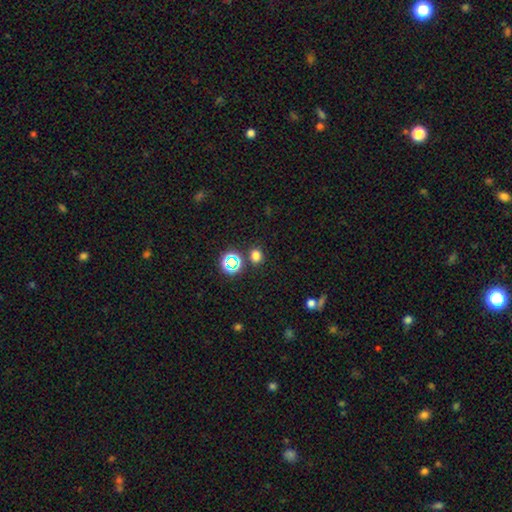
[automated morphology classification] This is likely a smooth galaxy (70%). How rounded: likely round (78%). Merging: clearly none (83%).